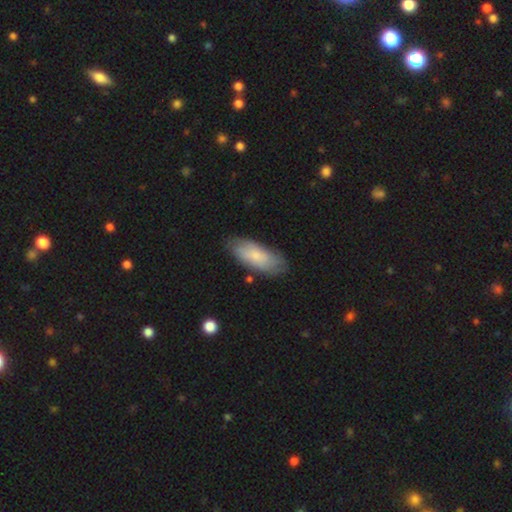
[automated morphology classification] Overall: smooth (69%). How rounded: in between (79%). Merging: none (77%).